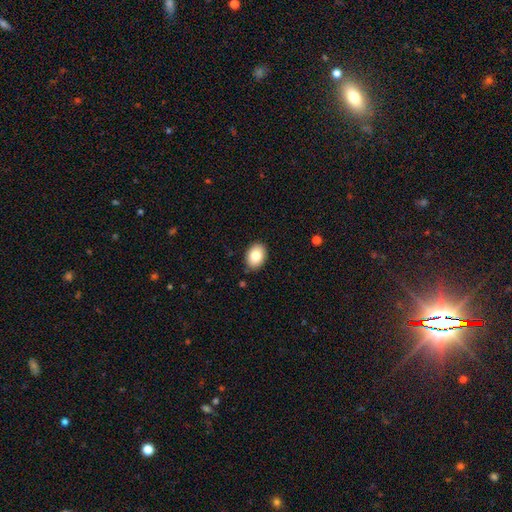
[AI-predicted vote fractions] Smooth or featured?
  - smooth: 82% *
  - featured or disk: 10%
  - star or artifact: 8%
How rounded?
  - in between: 77% *
  - round: 22%
  - cigar-shaped: 1%
Merging?
  - none: 87% *
  - minor disturbance: 9%
  - major disturbance: 2%
  - merger: 1%